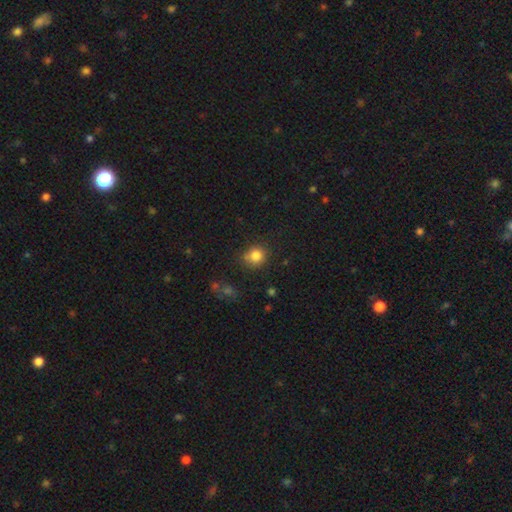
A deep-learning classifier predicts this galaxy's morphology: Q: Smooth or featured?
A: smooth (83%); runner-up: star or artifact (11%)
Q: How rounded?
A: round (84%); runner-up: in between (15%)
Q: Merging?
A: none (73%); runner-up: minor disturbance (18%)